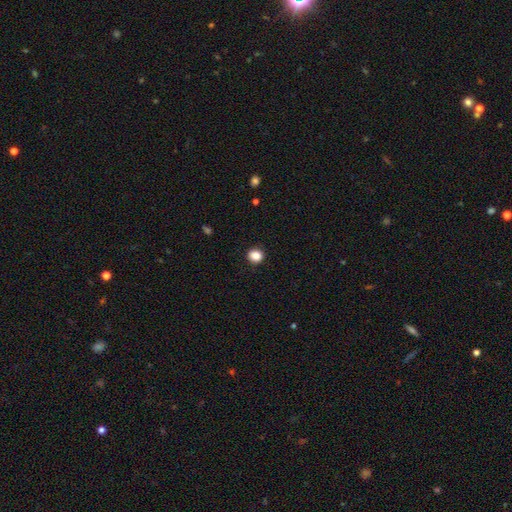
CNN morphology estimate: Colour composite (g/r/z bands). It shows a smooth galaxy with no disk features (87%) that is round (78%). Merging: none (91%).